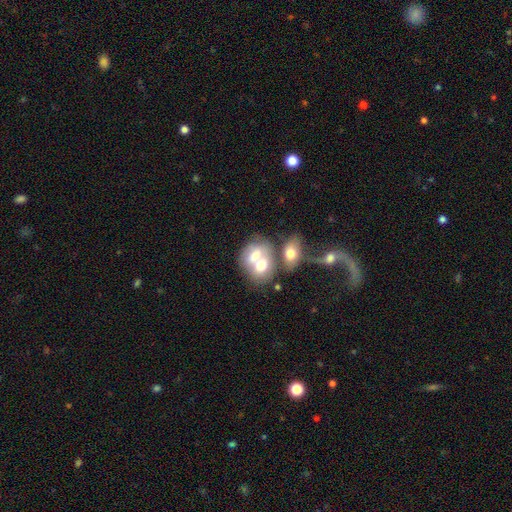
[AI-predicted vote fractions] Q: Smooth or featured?
A: smooth (59%); runner-up: featured or disk (32%)
Q: How rounded?
A: in between (60%); runner-up: round (38%)
Q: Merging?
A: merger (69%); runner-up: none (19%)